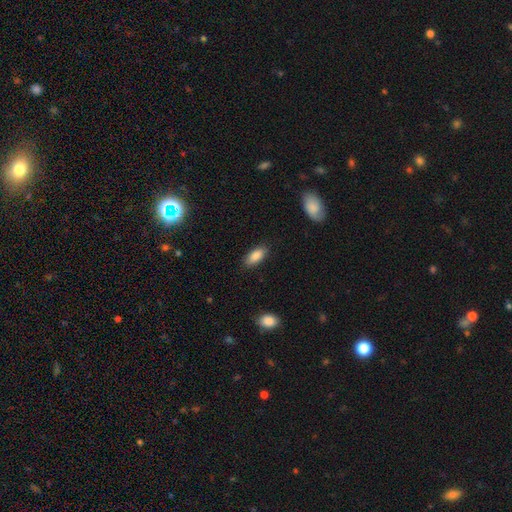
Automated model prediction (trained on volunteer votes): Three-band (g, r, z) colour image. It shows a smooth galaxy with no disk features (87%) that is in between round and cigar-shaped (87%). Merging: none (86%).